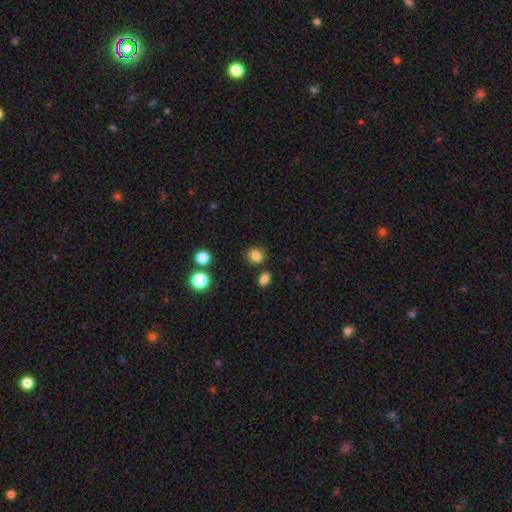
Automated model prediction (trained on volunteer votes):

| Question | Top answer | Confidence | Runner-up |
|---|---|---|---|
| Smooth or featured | smooth | 84% | star or artifact (11%) |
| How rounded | round | 79% | in between (20%) |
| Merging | none | 83% | minor disturbance (9%) |